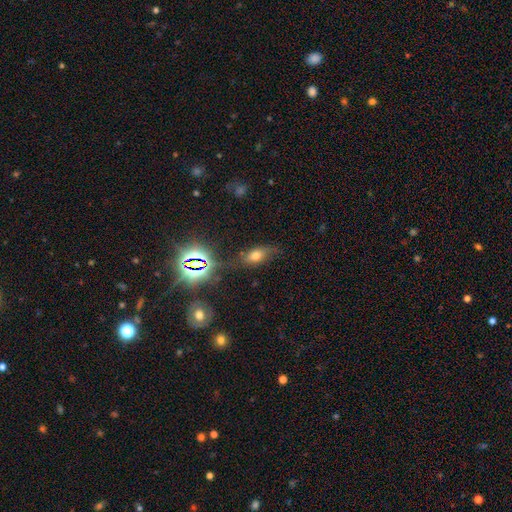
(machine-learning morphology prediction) This appears to be a smooth galaxy with no disk features (59%) that is in between round and cigar-shaped (80%). Merging: none (66%).